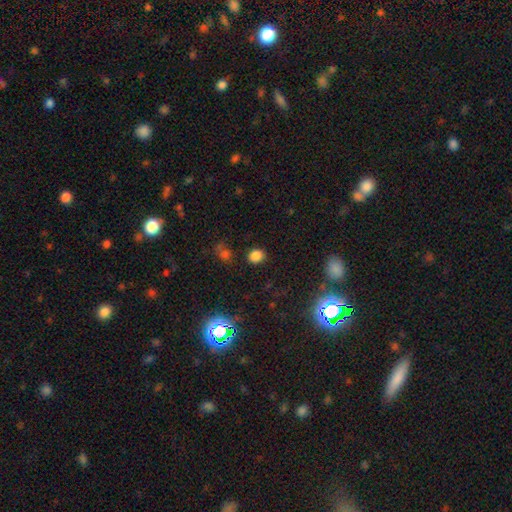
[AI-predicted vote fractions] Morphology: type=smooth (80%); roundness=round (62%); merging=none (84%).